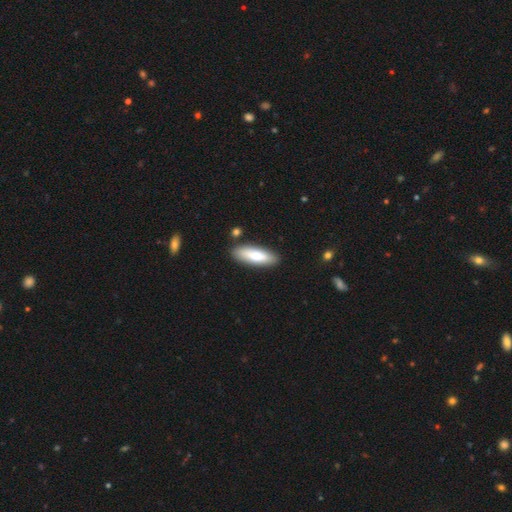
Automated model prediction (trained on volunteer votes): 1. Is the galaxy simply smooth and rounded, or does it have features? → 76% smooth, 19% featured or disk, 5% star or artifact.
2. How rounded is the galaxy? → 54% in between, 44% cigar-shaped, 2% round.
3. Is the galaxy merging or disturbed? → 86% none, 9% minor disturbance, 3% merger, 2% major disturbance.